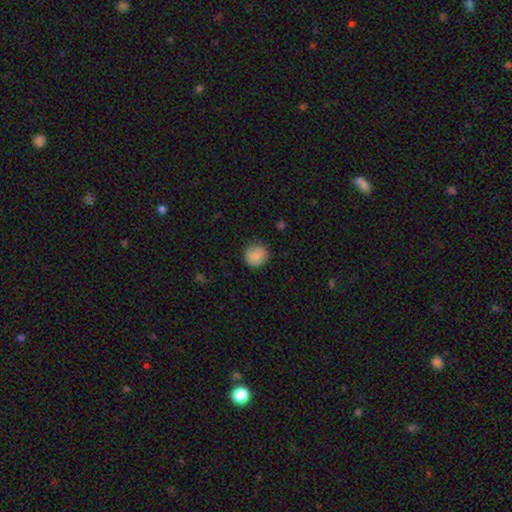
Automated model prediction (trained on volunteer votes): This is clearly a smooth galaxy (86%). How rounded: clearly round (88%). Merging: clearly none (83%).